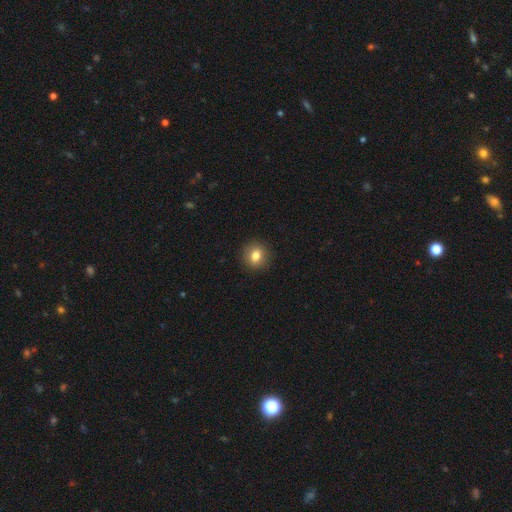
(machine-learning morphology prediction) Smooth or featured?
  - smooth: 81% *
  - star or artifact: 10%
  - featured or disk: 9%
How rounded?
  - round: 79% *
  - in between: 20%
  - cigar-shaped: 1%
Merging?
  - none: 90% *
  - minor disturbance: 7%
  - major disturbance: 2%
  - merger: 1%